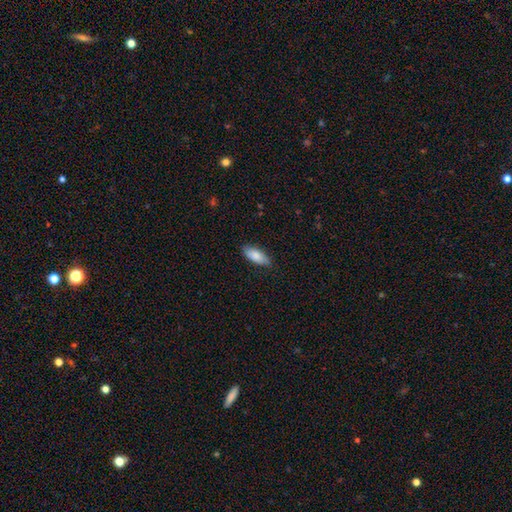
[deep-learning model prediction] Morphology: type=smooth (85%); roundness=in between (79%); merging=none (82%).